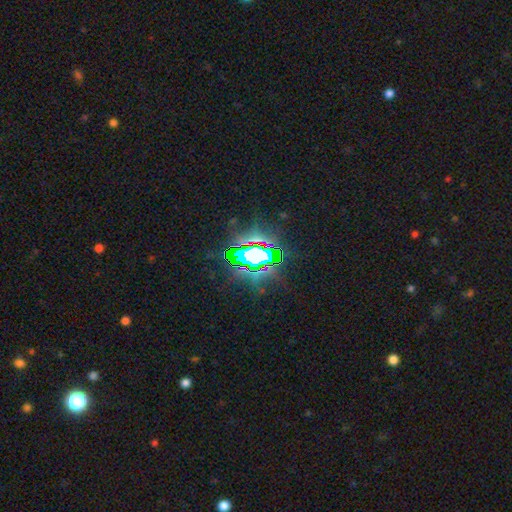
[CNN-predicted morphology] A star or artifact, not a galaxy (72%).